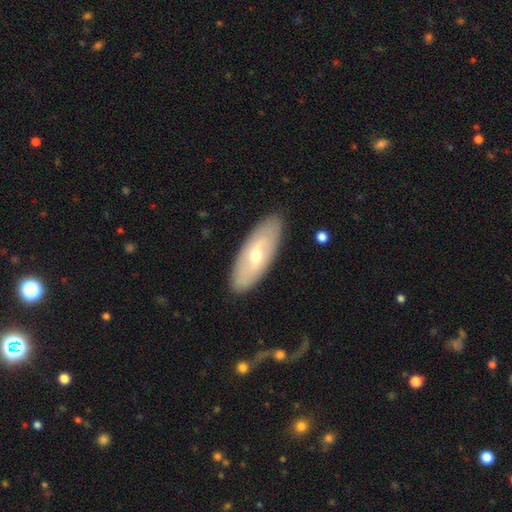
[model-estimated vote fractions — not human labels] Smooth or featured? Predicted: featured or disk (p=0.49). Merging? Predicted: none (p=0.87).